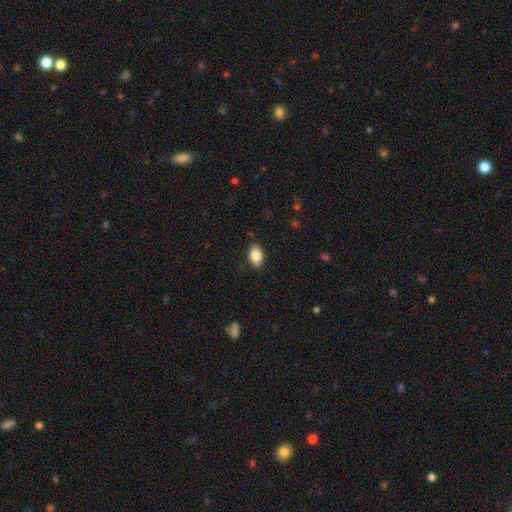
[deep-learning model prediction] smooth-or-featured: smooth: 85% | featured or disk: 8% | star or artifact: 8%
  how-rounded: in between: 90% | round: 8% | cigar-shaped: 2%
  merging: none: 86% | minor disturbance: 10% | major disturbance: 2% | merger: 1%